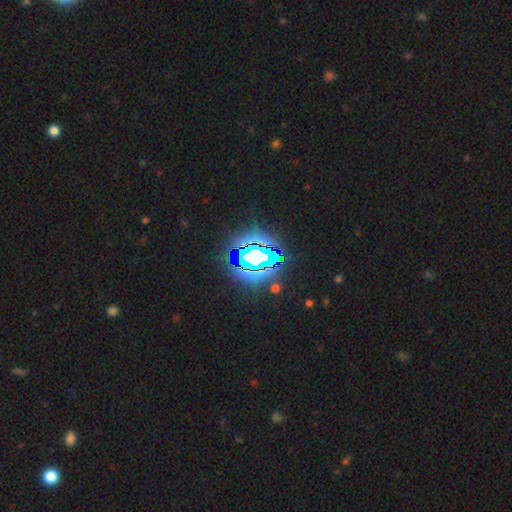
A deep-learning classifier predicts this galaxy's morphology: star or artifact 71%, smooth 15%, featured or disk 14%.